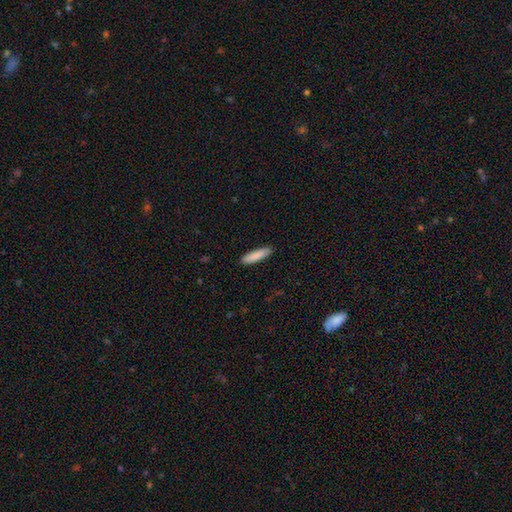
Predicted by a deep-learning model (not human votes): Smooth or featured? smooth (88%)
How rounded? cigar-shaped (77%)
Merging? none (90%)